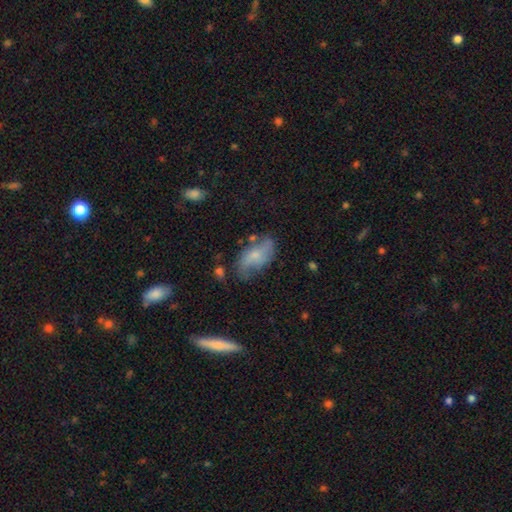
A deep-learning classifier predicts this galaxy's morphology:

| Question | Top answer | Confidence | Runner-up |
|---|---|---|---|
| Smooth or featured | featured or disk | 46% | tied: smooth (46%) |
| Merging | none | 54% | minor disturbance (28%) |